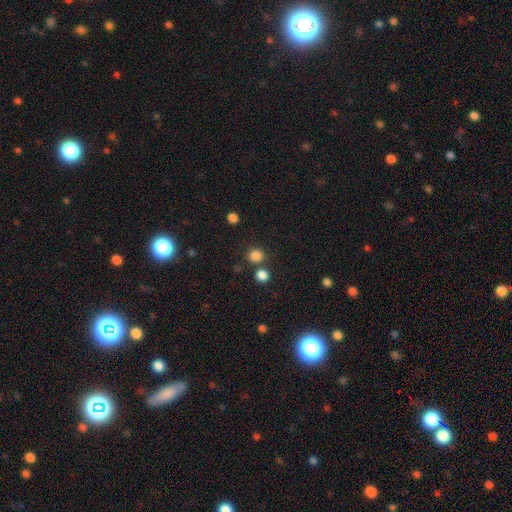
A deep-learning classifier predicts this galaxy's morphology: A smooth galaxy with no disk features (83%) that is round (76%). Merging: none (75%).